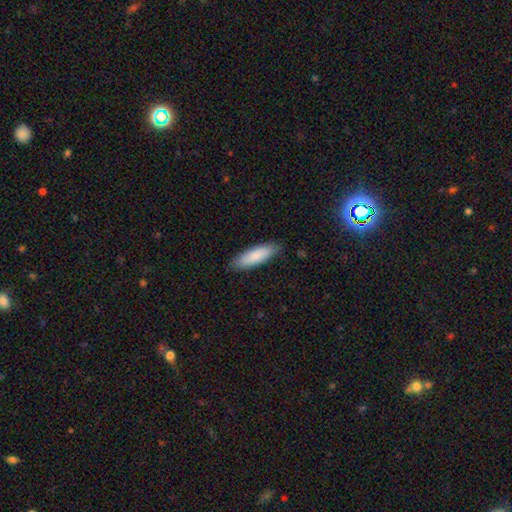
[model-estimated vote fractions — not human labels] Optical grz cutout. It shows a smooth galaxy with no disk features (85%) that is cigar-shaped (50%). Merging: none (86%).